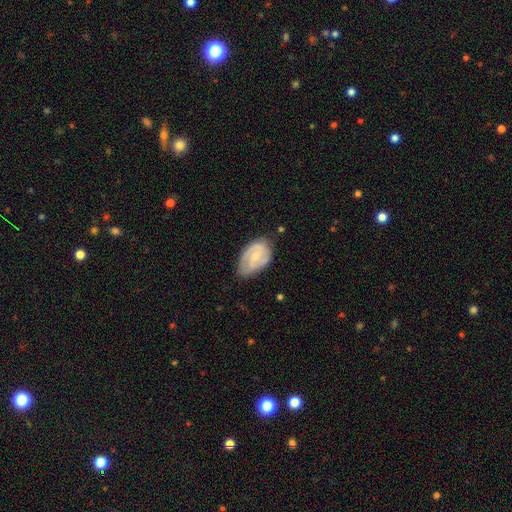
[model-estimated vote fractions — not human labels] Smooth or featured?
  - featured or disk: 64% *
  - smooth: 30%
  - star or artifact: 6%
Edge-on disk?
  - no: 97% *
  - yes: 3%
Bar?
  - no: 48% *
  - weak: 45%
  - strong: 8%
Spiral arms?
  - yes: 87% *
  - no: 13%
Spiral winding?
  - tight: 44% *
  - medium: 41%
  - loose: 15%
Spiral arm count?
  - 2: 63% *
  - can't tell: 20%
  - 1: 7%
  - 3: 6%
  - 4: 2%
  - more than 4: 1%
Bulge size?
  - small: 61% *
  - moderate: 30%
  - none: 7%
  - large: 1%
  - dominant: 1%
Merging?
  - none: 65% *
  - minor disturbance: 27%
  - major disturbance: 6%
  - merger: 2%